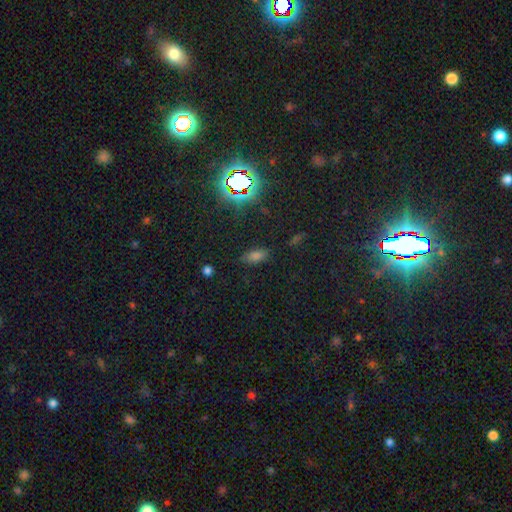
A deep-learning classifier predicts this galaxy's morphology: smooth_or_featured: smooth (p=0.65) [alt: star or artifact p=0.27]
how_rounded: in between (p=0.84) [alt: cigar-shaped p=0.11]
merging: none (p=0.82) [alt: minor disturbance p=0.13]